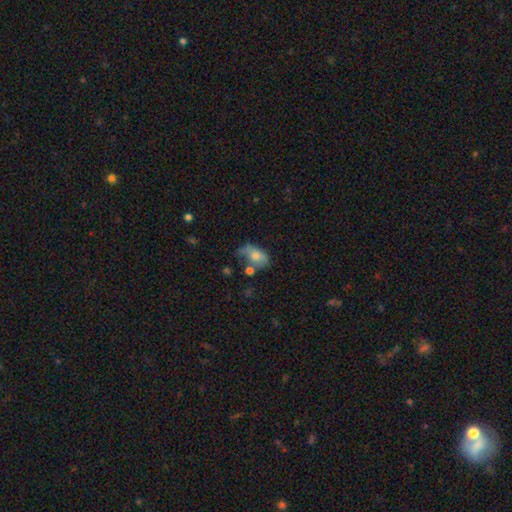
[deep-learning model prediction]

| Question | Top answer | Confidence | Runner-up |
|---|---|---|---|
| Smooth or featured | smooth | 66% | featured or disk (24%) |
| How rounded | in between | 86% | round (11%) |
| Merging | none | 29% | minor disturbance (28%) |